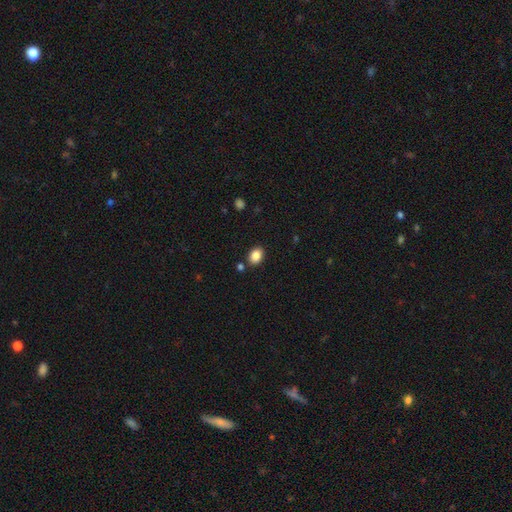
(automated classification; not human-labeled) smooth_or_featured: smooth (p=0.86) [alt: star or artifact p=0.09]
how_rounded: in between (p=0.64) [alt: round p=0.35]
merging: none (p=0.84) [alt: minor disturbance p=0.09]